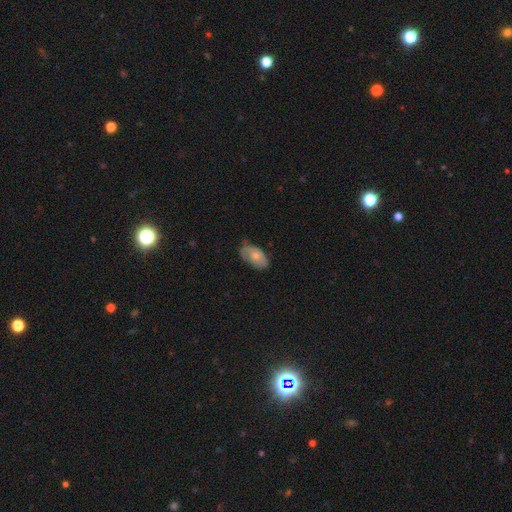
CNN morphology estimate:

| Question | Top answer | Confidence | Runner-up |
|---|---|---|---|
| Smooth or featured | smooth | 62% | featured or disk (31%) |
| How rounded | in between | 92% | round (6%) |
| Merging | none | 57% | minor disturbance (33%) |